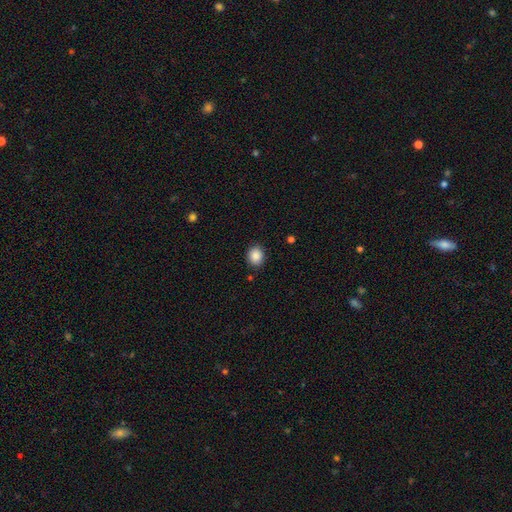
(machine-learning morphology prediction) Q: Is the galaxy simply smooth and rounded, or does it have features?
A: smooth — 88%.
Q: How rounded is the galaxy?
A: round — 66%.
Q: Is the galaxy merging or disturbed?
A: none — 88%.